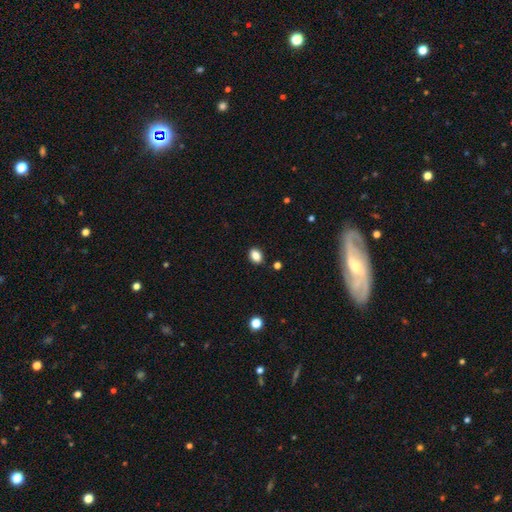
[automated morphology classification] A smooth galaxy with no disk features (85%) that is in between round and cigar-shaped (76%).

Vote fractions:
- Smooth or featured? smooth: 85% / star or artifact: 10% / featured or disk: 5%
- How rounded? in between: 76% / round: 23% / cigar-shaped: 1%
- Merging? none: 88% / minor disturbance: 8% / major disturbance: 2% / merger: 2%